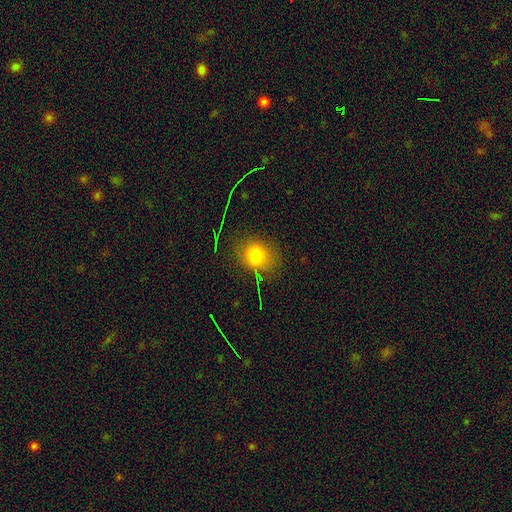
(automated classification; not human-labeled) smooth_or_featured: smooth (p=0.76) [alt: star or artifact p=0.16]
how_rounded: round (p=0.58) [alt: in between p=0.40]
merging: none (p=0.80) [alt: minor disturbance p=0.14]